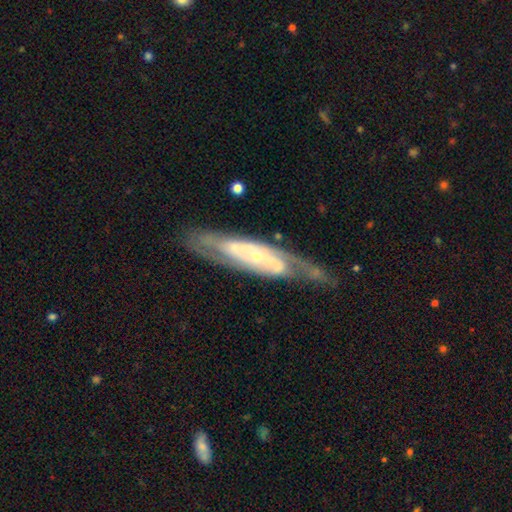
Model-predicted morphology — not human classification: smooth-or-featured: featured or disk: 84% | smooth: 11% | star or artifact: 5%
  disk-edge-on: no: 77% | yes: 23%
    bar: no: 51% | weak: 29% | strong: 21%
    has-spiral-arms: yes: 89% | no: 11%
      spiral-winding: tight: 50% | medium: 38% | loose: 12%
      spiral-arm-count: 2: 63% | can't tell: 24% | 3: 5% | 1: 4% | 4: 2% | more than 4: 2%
    bulge-size: small: 65% | moderate: 30% | large: 2% | none: 1% | dominant: 1%
  merging: none: 69% | minor disturbance: 19% | major disturbance: 9% | merger: 2%